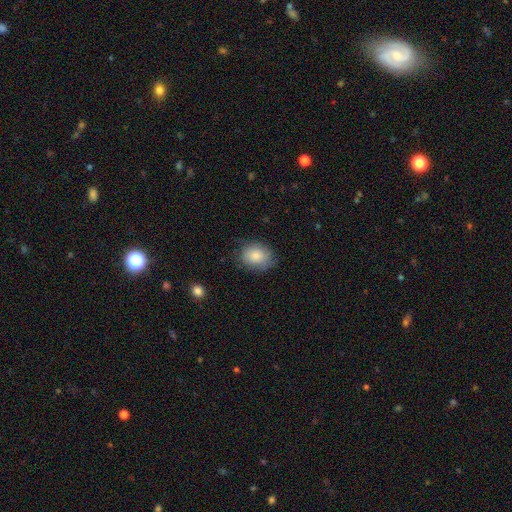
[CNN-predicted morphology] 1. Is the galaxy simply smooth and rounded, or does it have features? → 84% smooth, 9% featured or disk, 7% star or artifact.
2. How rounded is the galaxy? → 50% round, 49% in between, 1% cigar-shaped.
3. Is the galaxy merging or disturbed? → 75% none, 19% minor disturbance, 5% major disturbance, 1% merger.